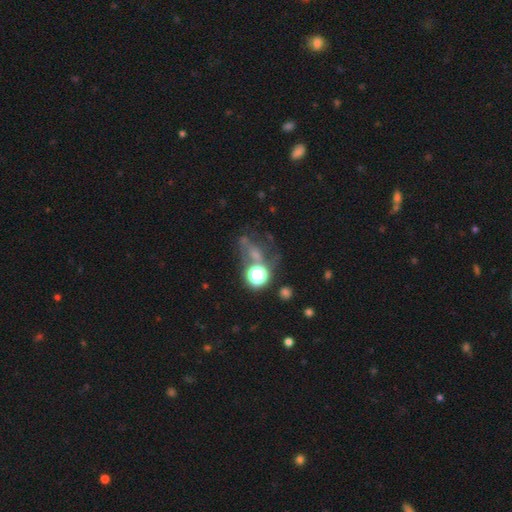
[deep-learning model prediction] Overall: star or artifact (38%; smooth 36%).